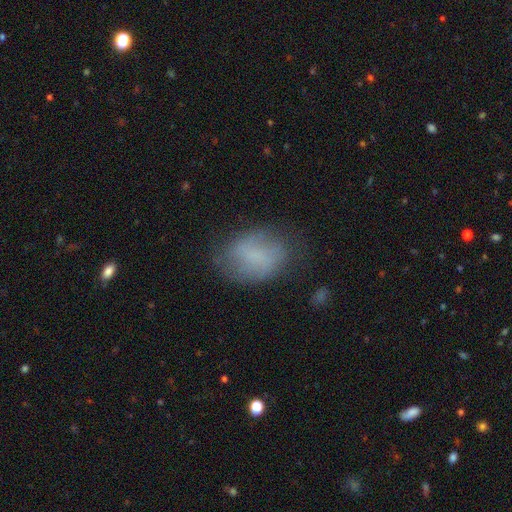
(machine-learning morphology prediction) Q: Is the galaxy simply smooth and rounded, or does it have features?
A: smooth — 59%.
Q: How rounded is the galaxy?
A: in between — 79%.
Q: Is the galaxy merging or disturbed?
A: none — 67%.